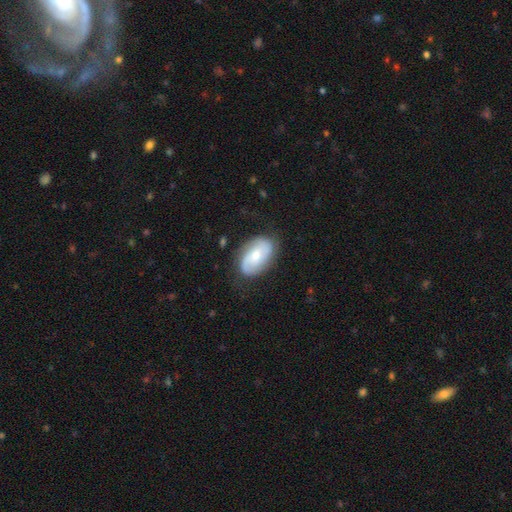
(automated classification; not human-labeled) A featured or disk galaxy (63%) with no bar (57%), 2 (75%) medium (39%) spiral arms (88%) and a small central bulge (48%). Merging: none (75%).